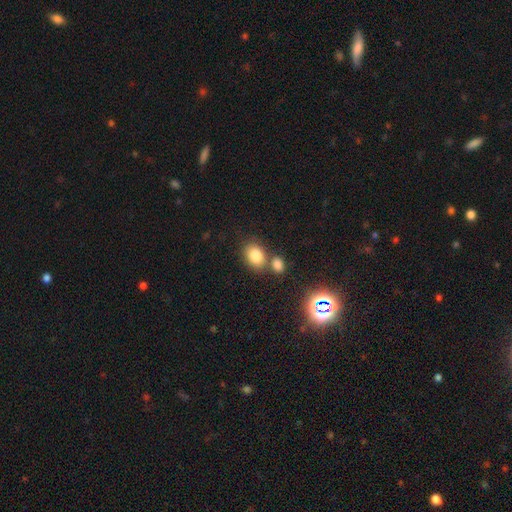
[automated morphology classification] A smooth galaxy with no disk features (81%) that is in between round and cigar-shaped (68%).

Vote fractions:
- Smooth or featured? smooth: 81% / star or artifact: 11% / featured or disk: 8%
- How rounded? in between: 68% / round: 31% / cigar-shaped: 1%
- Merging? none: 58% / merger: 28% / minor disturbance: 11% / major disturbance: 4%